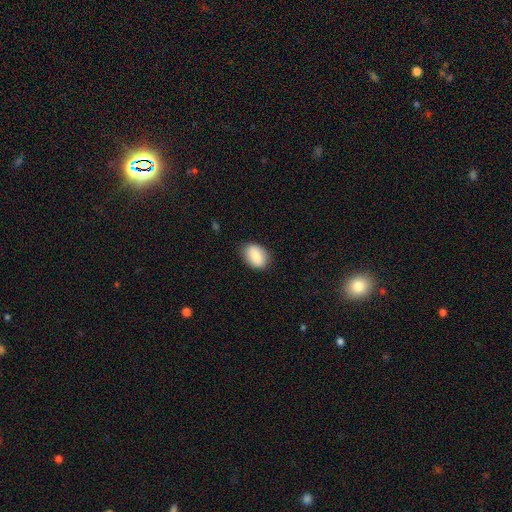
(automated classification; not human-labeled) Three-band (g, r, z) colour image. It shows a smooth galaxy with no disk features (80%) that is in between round and cigar-shaped (80%). Merging: none (84%).